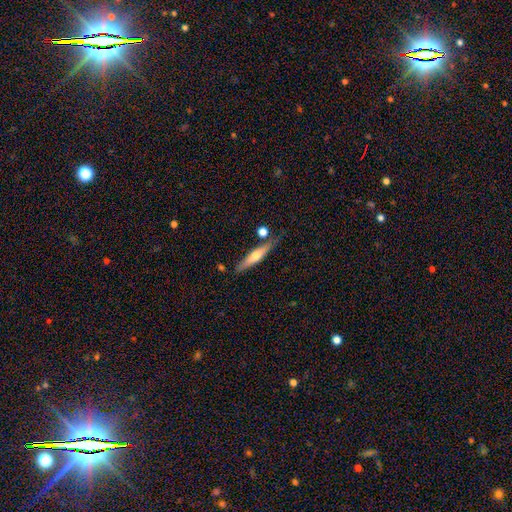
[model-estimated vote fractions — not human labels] This is possibly a featured or disk galaxy (49%). Merging: likely none (74%).